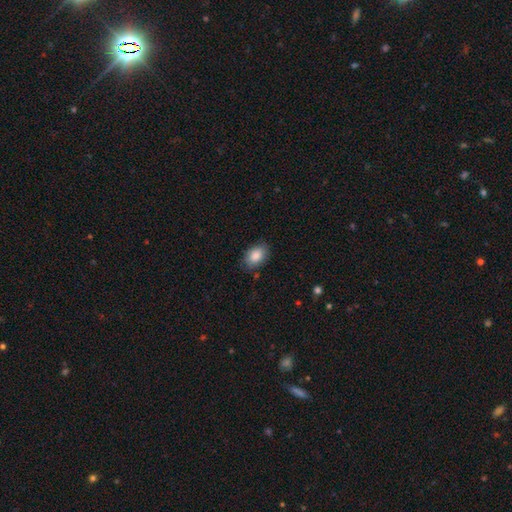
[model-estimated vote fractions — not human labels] smooth-or-featured: smooth: 86% | star or artifact: 7% | featured or disk: 6%
  how-rounded: in between: 86% | round: 13% | cigar-shaped: 1%
  merging: none: 84% | minor disturbance: 13% | major disturbance: 3% | merger: 1%